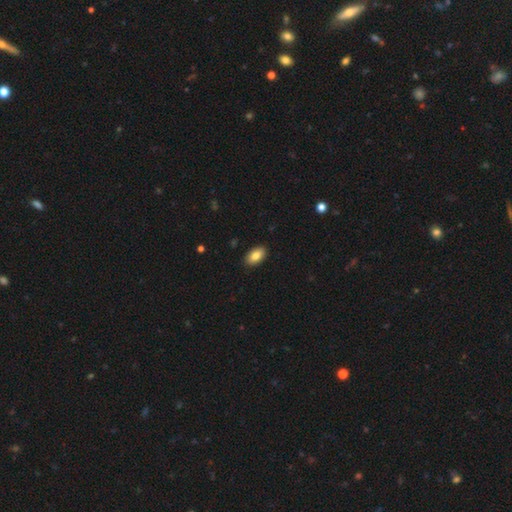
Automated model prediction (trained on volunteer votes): smooth-or-featured: smooth: 85% | featured or disk: 8% | star or artifact: 7%
  how-rounded: in between: 93% | round: 4% | cigar-shaped: 3%
  merging: none: 90% | minor disturbance: 8% | major disturbance: 2% | merger: 1%